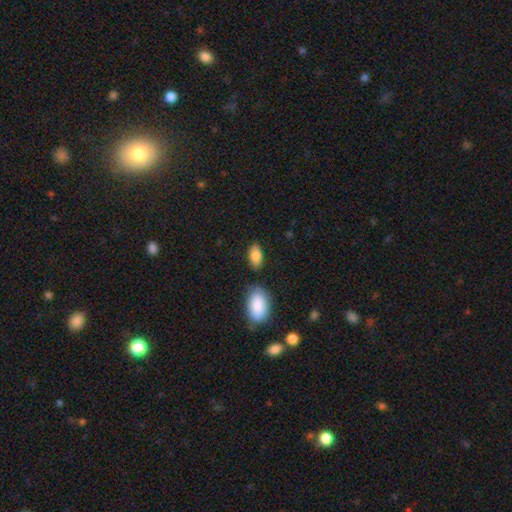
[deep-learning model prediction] The model was most divided on "merging": none: 78%, minor disturbance: 12%, merger: 7%, major disturbance: 3%. More confident: how rounded — in between (93%); smooth or featured — smooth (85%).